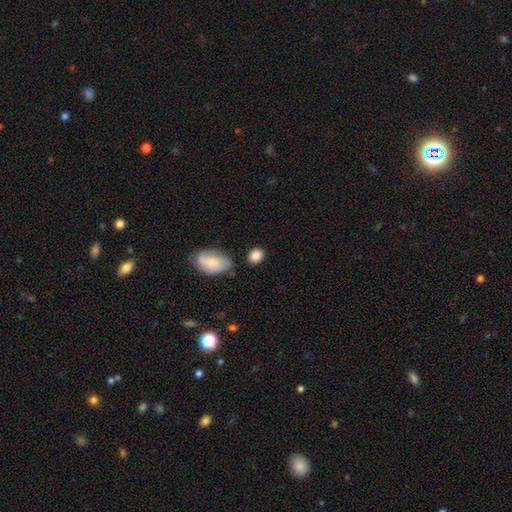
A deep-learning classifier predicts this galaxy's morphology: Smooth or featured? Predicted: smooth (p=0.87). How rounded? Predicted: in between (p=0.59). Merging? Predicted: none (p=0.74).